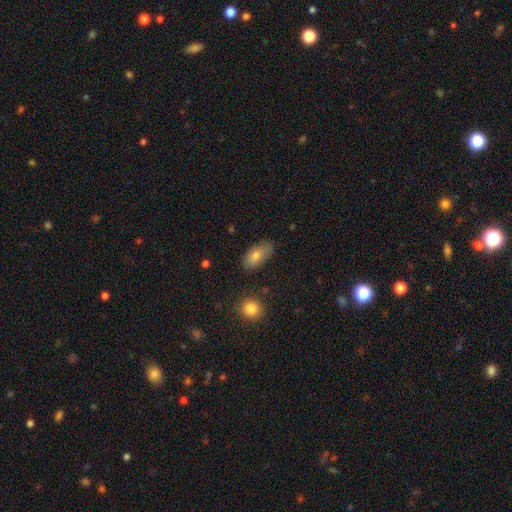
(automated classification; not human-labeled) This appears to be a smooth galaxy with no disk features (78%) that is in between round and cigar-shaped (88%). Merging: none (78%).